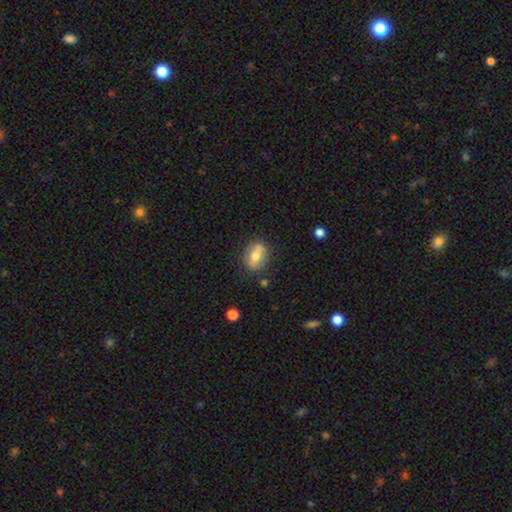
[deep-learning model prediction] smooth 56%, featured or disk 36%, star or artifact 8%. Down the decision tree: how rounded — in between (72%); merging — none (81%).